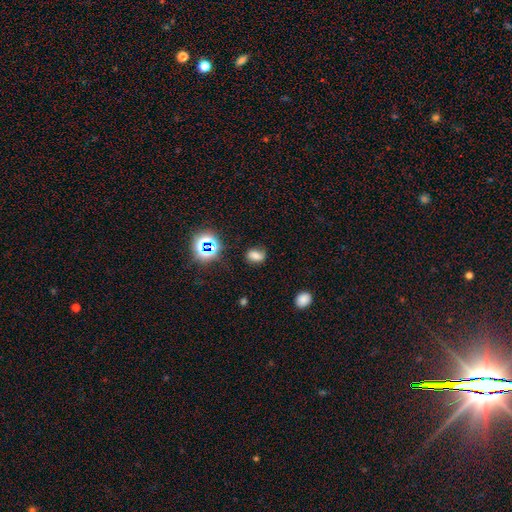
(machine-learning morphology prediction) This appears to be a smooth galaxy with no disk features (63%) that is in between round and cigar-shaped (74%). Merging: none (68%).